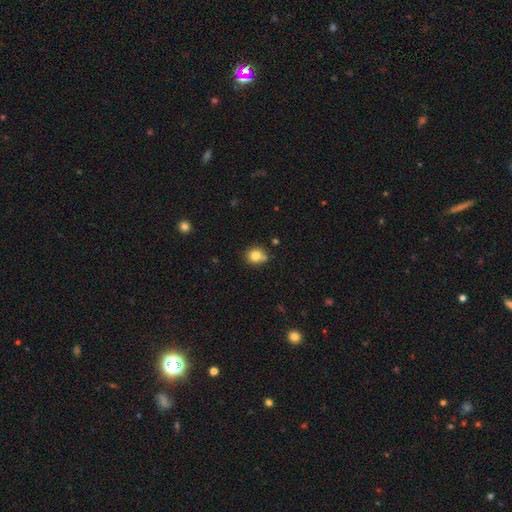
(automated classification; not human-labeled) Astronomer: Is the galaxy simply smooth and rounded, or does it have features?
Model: smooth — 80%.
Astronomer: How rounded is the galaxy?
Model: round — 78%.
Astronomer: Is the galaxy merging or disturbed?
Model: none — 70%.